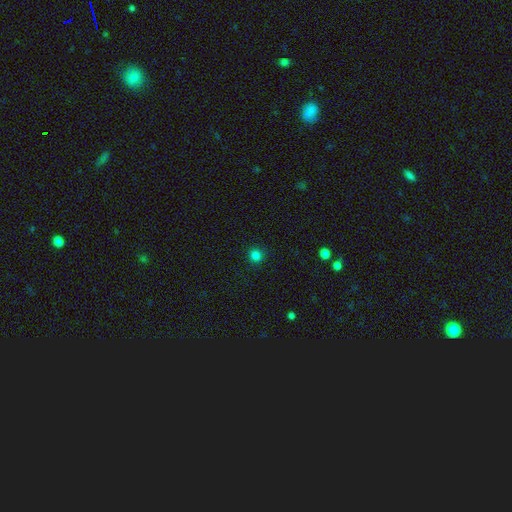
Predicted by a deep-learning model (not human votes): The model was most divided on "smooth or featured": smooth: 81%, star or artifact: 15%, featured or disk: 4%. More confident: how rounded — round (94%); merging — none (92%).